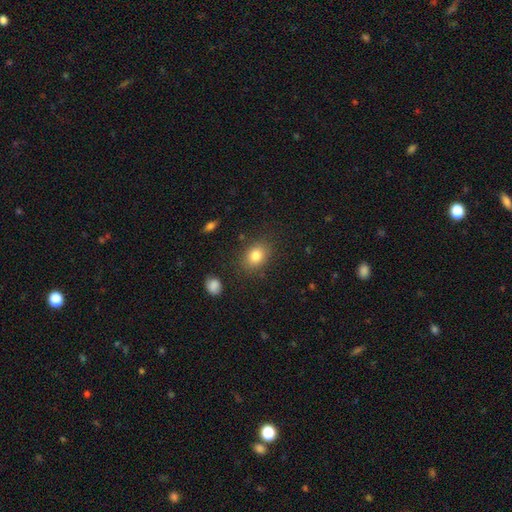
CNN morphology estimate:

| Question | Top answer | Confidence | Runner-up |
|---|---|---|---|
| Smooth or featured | smooth | 82% | star or artifact (10%) |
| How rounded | in between | 61% | round (38%) |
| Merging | none | 83% | minor disturbance (11%) |